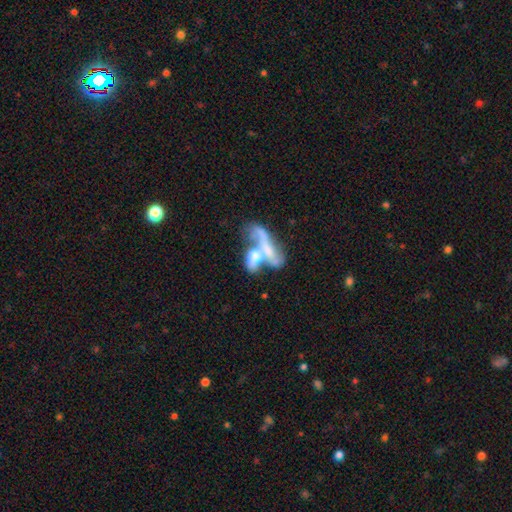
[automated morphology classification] A featured or disk galaxy (48%).

Vote fractions:
- Smooth or featured? featured or disk: 48% / smooth: 43% / star or artifact: 10%
- Merging? merger: 67% / major disturbance: 16% / none: 11% / minor disturbance: 6%